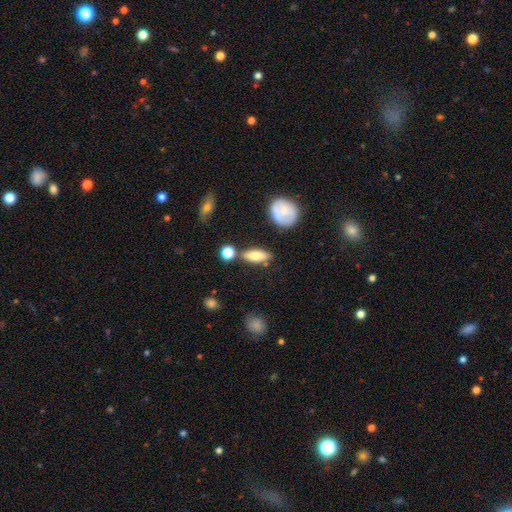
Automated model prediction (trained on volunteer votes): Overall: smooth (71%). How rounded: in between (59%; cigar-shaped 37%). Merging: none (76%).